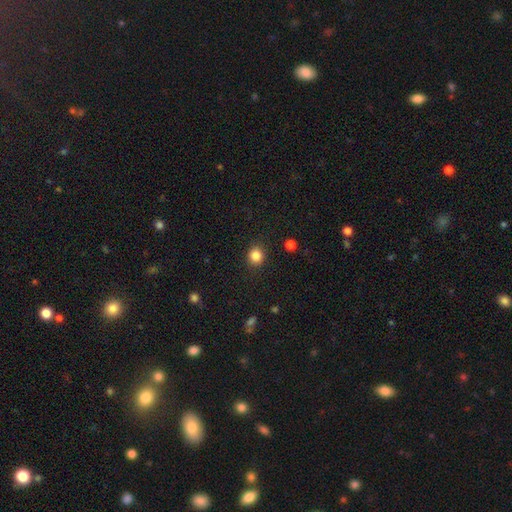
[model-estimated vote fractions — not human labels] Q: Smooth or featured?
A: smooth (85%); runner-up: star or artifact (11%)
Q: How rounded?
A: round (84%); runner-up: in between (15%)
Q: Merging?
A: none (89%); runner-up: minor disturbance (7%)